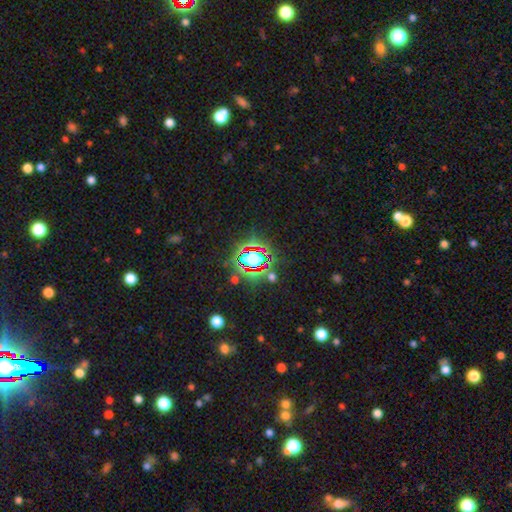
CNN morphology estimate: smooth_or_featured: star or artifact (p=0.71) [alt: smooth p=0.18]